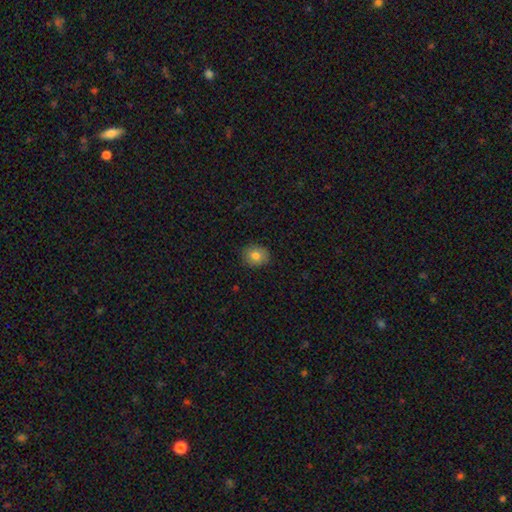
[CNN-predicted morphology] The model was most divided on "how rounded": round: 61%, in between: 38%, cigar-shaped: 1%. More confident: merging — none (88%); smooth or featured — smooth (82%).